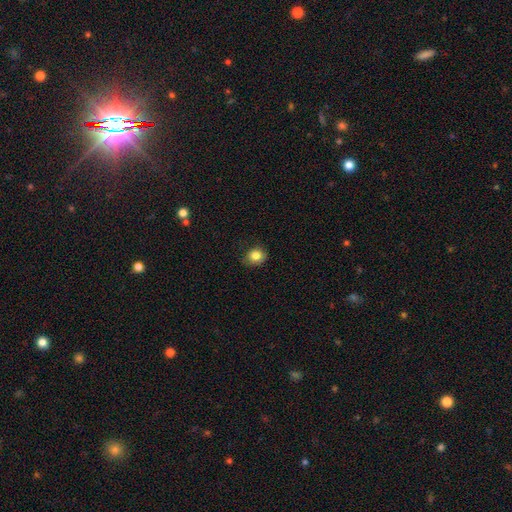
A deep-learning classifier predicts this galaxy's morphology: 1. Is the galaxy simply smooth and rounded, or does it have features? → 84% smooth, 9% star or artifact, 6% featured or disk.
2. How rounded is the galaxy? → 66% round, 33% in between, 1% cigar-shaped.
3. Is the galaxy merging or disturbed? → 72% none, 23% minor disturbance, 5% major disturbance, 1% merger.